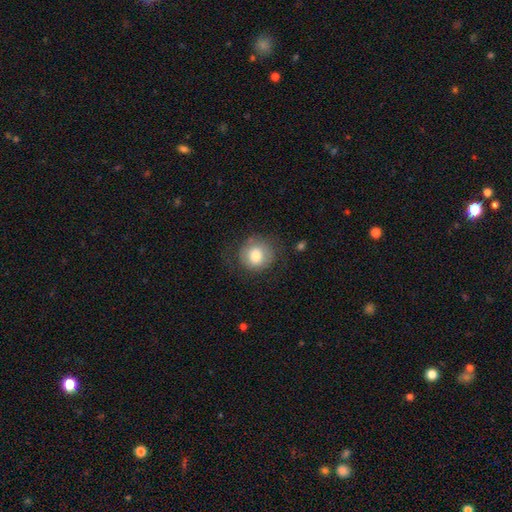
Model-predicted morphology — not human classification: Smooth or featured? Predicted: smooth (p=0.75). How rounded? Predicted: round (p=0.89). Merging? Predicted: none (p=0.73).